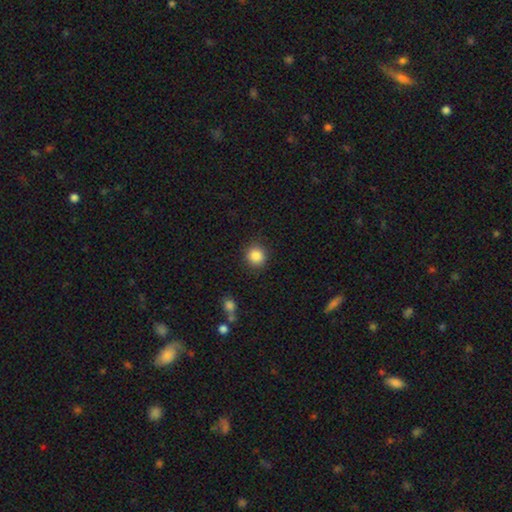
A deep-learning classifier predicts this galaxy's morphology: Smooth or featured? Predicted: smooth (p=0.86). How rounded? Predicted: round (p=0.90). Merging? Predicted: none (p=0.88).